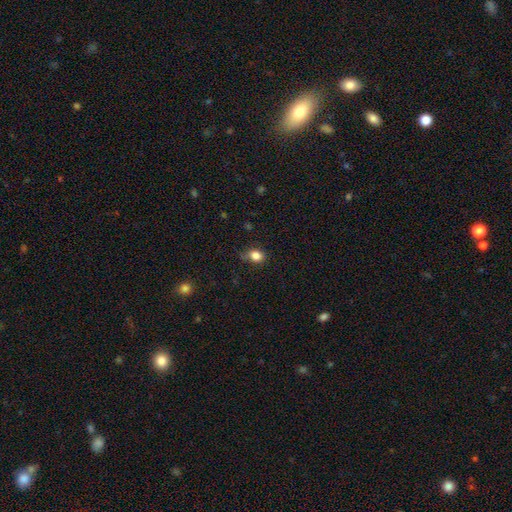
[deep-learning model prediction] Smooth or featured: smooth — 84% (star or artifact — 11%)
How rounded: in between — 50% (round — 48%)
Merging: none — 69% (minor disturbance — 24%)